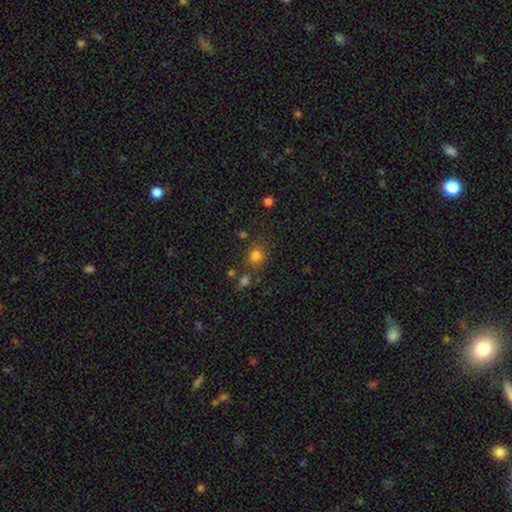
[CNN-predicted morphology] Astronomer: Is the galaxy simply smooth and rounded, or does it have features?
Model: smooth — 79%.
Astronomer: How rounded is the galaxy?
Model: round — 83%.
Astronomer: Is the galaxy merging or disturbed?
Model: none — 74%.